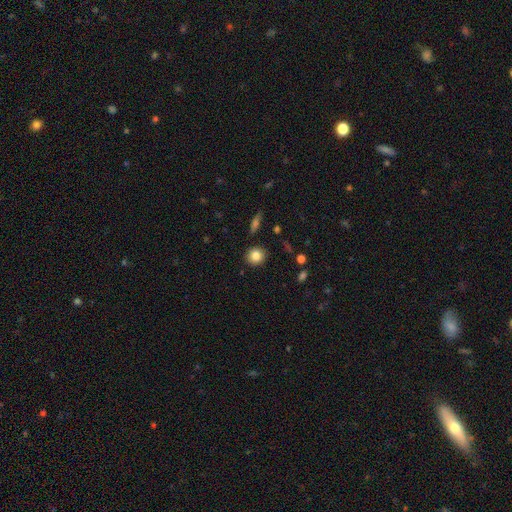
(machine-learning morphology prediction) A smooth galaxy with no disk features (83%) that is round (86%).

Vote fractions:
- Smooth or featured? smooth: 83% / star or artifact: 9% / featured or disk: 7%
- How rounded? round: 86% / in between: 13% / cigar-shaped: 1%
- Merging? none: 89% / minor disturbance: 7% / major disturbance: 2% / merger: 2%